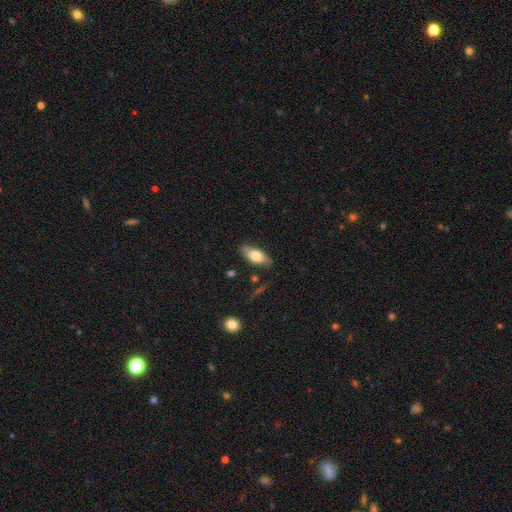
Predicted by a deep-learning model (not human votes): A smooth galaxy with no disk features (71%) that is in between round and cigar-shaped (85%). Merging: none (79%).